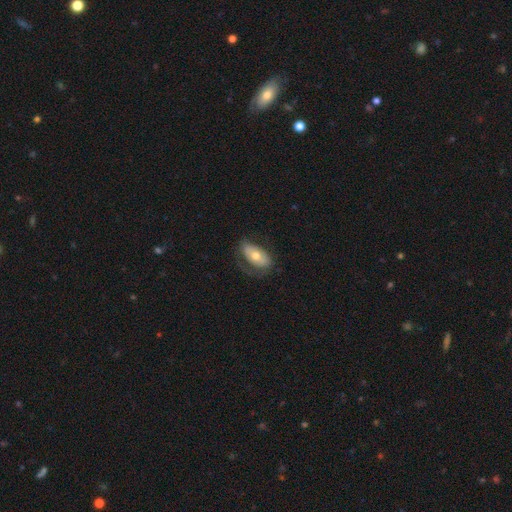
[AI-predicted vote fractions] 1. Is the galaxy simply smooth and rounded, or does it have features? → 55% smooth, 39% featured or disk, 6% star or artifact.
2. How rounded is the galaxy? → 91% in between, 5% round, 4% cigar-shaped.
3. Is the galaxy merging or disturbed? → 56% none, 25% minor disturbance, 17% major disturbance, 1% merger.